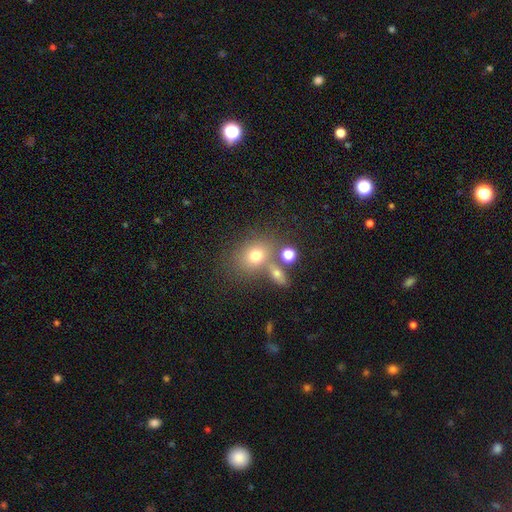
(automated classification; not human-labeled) Q: Smooth or featured?
A: smooth (72%); runner-up: star or artifact (14%)
Q: How rounded?
A: round (54%); runner-up: in between (45%)
Q: Merging?
A: none (57%); runner-up: merger (24%)